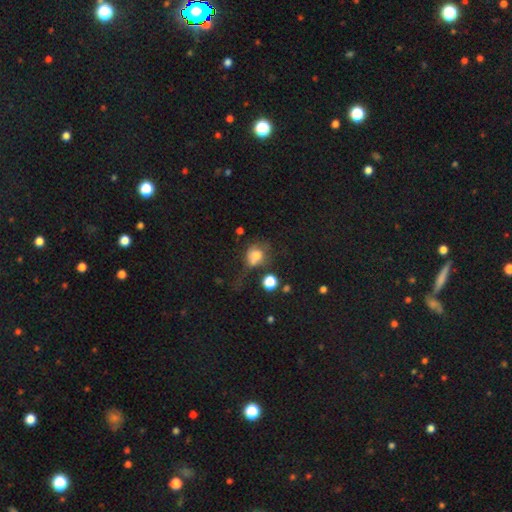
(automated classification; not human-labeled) smooth 72%, featured or disk 16%, star or artifact 12%. Down the decision tree: how rounded — round (67%); merging — none (33%).